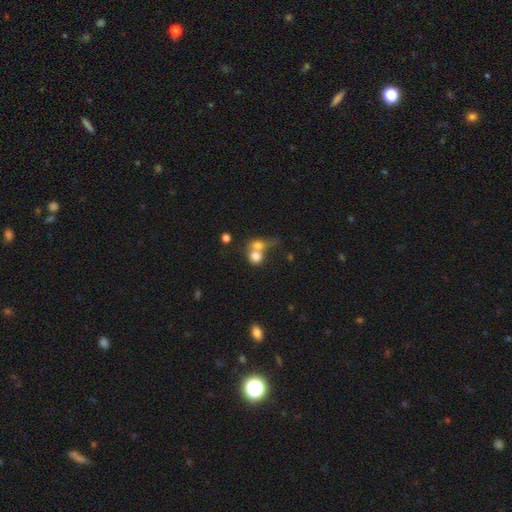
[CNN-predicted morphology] This appears to be a smooth galaxy with no disk features (75%) that is round (69%). Merging: merger (66%).